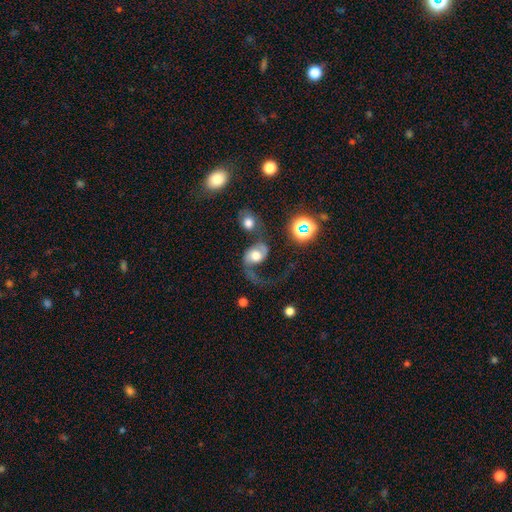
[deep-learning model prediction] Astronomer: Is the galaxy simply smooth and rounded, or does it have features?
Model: featured or disk — 64%.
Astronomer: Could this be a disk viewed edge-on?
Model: no — 97%.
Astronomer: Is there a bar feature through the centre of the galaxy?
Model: no — 67%.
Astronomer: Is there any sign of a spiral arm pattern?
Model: yes — 86%.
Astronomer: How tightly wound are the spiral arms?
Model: loose — 73%.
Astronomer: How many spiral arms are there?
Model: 2 — 62%.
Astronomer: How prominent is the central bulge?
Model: moderate — 46% (runner-up: large, 37%).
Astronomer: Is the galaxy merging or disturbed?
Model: major disturbance — 34% (runner-up: none, 31%).